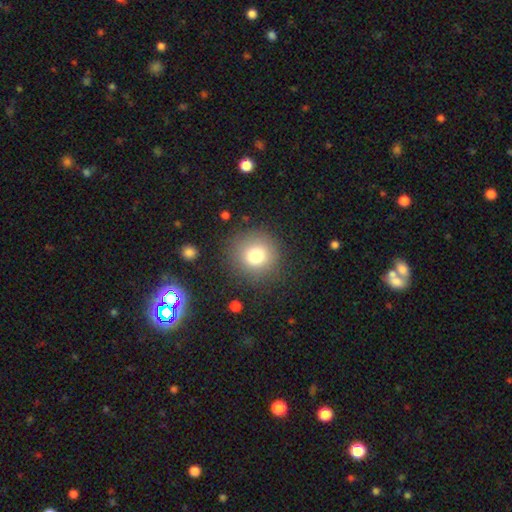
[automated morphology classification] Smooth or featured?
  - smooth: 77% *
  - star or artifact: 13%
  - featured or disk: 10%
How rounded?
  - round: 93% *
  - in between: 6%
  - cigar-shaped: 1%
Merging?
  - none: 86% *
  - minor disturbance: 9%
  - major disturbance: 4%
  - merger: 2%